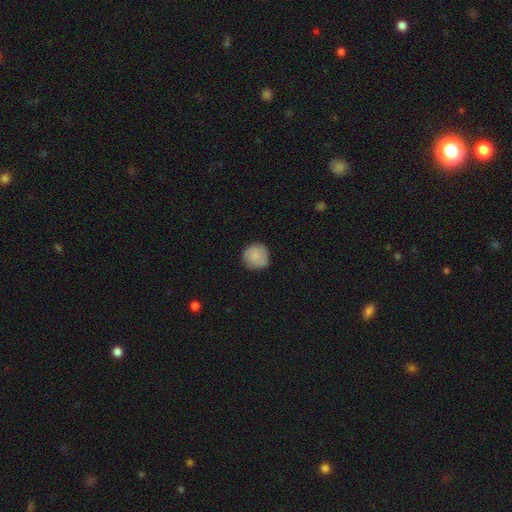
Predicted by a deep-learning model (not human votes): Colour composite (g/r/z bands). It shows a smooth galaxy with no disk features (83%) that is round (93%). Merging: none (83%).